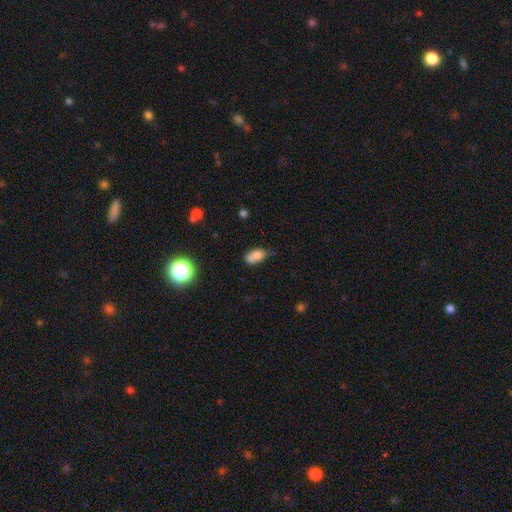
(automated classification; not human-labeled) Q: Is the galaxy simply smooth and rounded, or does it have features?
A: smooth — 72%.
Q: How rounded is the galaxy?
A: in between — 76%.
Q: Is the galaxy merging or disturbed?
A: merger — 42%.